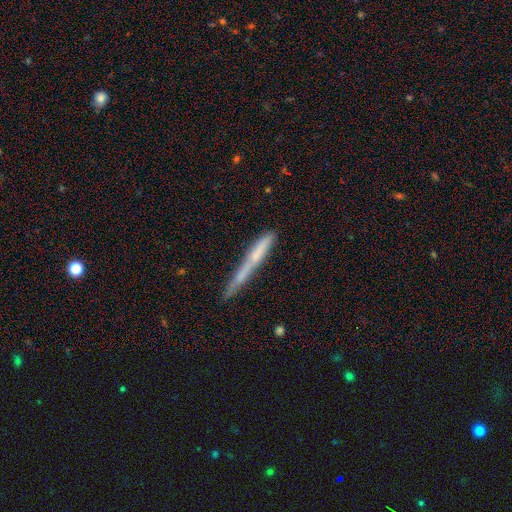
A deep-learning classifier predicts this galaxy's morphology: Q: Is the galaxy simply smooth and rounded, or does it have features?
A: smooth — 53%.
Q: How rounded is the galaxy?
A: cigar-shaped — 96%.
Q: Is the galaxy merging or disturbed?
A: none — 68%.